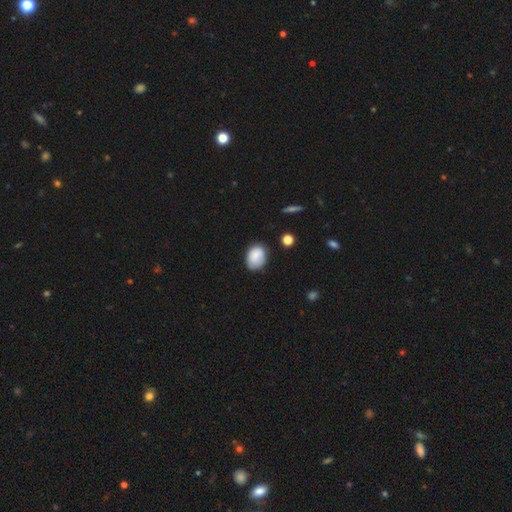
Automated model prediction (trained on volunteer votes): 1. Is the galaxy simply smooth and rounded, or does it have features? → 85% smooth, 8% star or artifact, 7% featured or disk.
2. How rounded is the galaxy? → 72% in between, 27% round, 1% cigar-shaped.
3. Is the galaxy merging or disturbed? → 72% none, 22% minor disturbance, 4% major disturbance, 2% merger.